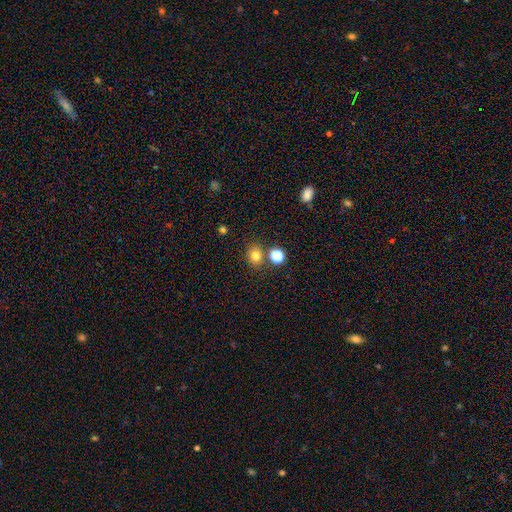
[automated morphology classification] smooth-or-featured: smooth: 77% | star or artifact: 16% | featured or disk: 7%
  how-rounded: round: 78% | in between: 21% | cigar-shaped: 1%
  merging: none: 77% | merger: 11% | minor disturbance: 9% | major disturbance: 3%